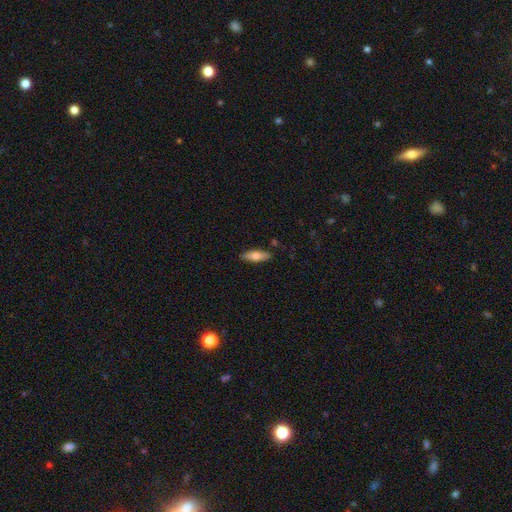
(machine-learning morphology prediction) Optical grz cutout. It shows a smooth galaxy with no disk features (71%) that is in between round and cigar-shaped (55%). Merging: none (85%).